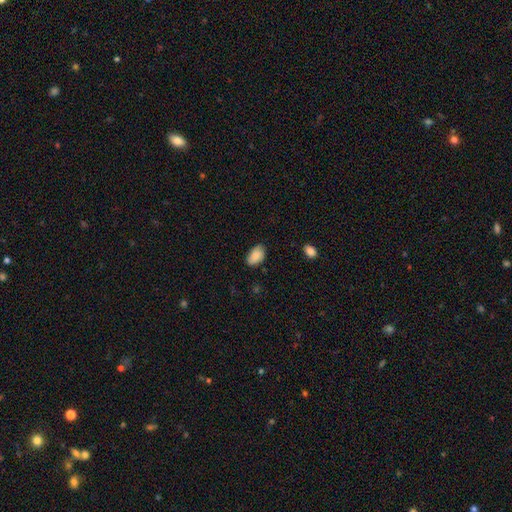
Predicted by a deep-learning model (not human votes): Morphology: type=smooth (82%); roundness=in between (91%); merging=none (73%).